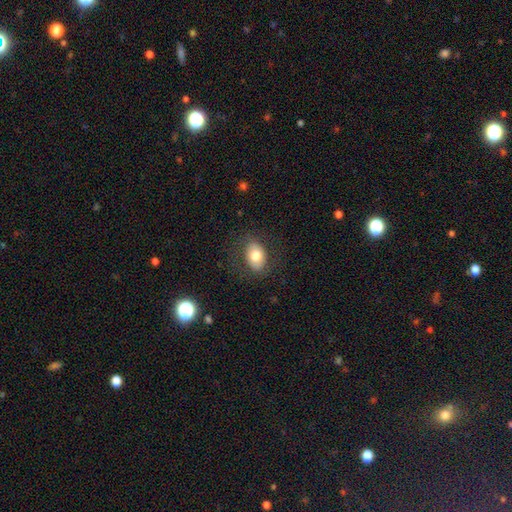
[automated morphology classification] A smooth galaxy with no disk features (73%) that is in between round and cigar-shaped (76%). Merging: none (80%).